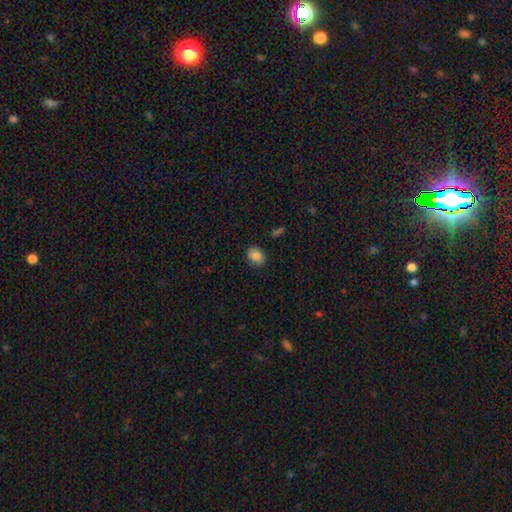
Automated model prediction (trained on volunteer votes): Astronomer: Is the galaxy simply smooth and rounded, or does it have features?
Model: smooth — 84%.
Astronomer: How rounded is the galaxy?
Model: in between — 68%.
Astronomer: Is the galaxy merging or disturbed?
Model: none — 86%.